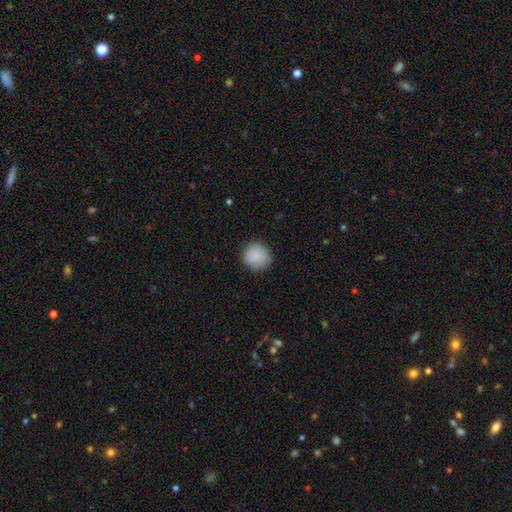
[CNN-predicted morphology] This appears to be a smooth galaxy with no disk features (89%) that is round (92%). Merging: none (89%).